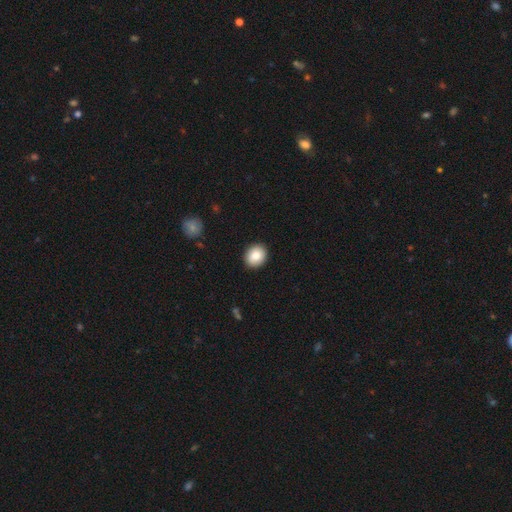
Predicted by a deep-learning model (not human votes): Morphology: type=smooth (86%); roundness=round (58%); merging=none (90%).